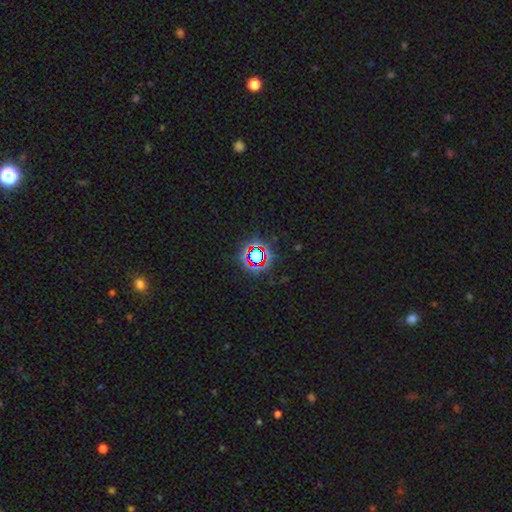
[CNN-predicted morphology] Smooth or featured?
  - star or artifact: 72% *
  - smooth: 18%
  - featured or disk: 10%